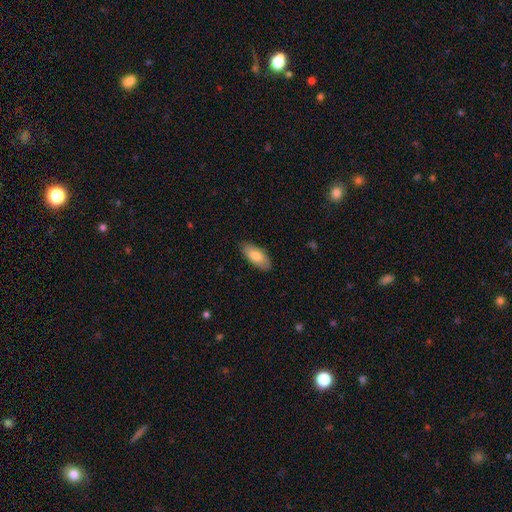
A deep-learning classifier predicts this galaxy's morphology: The model was most divided on "smooth or featured": smooth: 78%, featured or disk: 16%, star or artifact: 6%. More confident: how rounded — in between (87%); merging — none (85%).